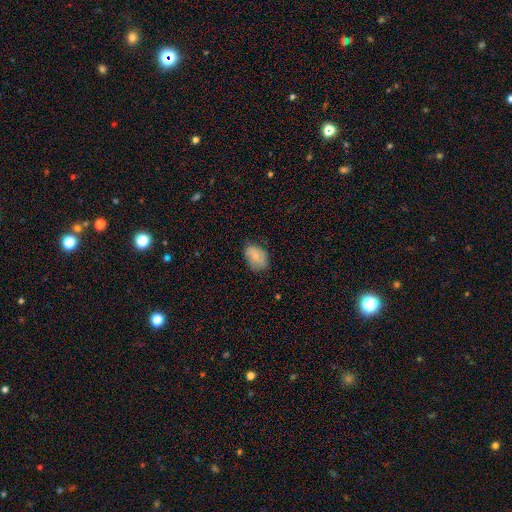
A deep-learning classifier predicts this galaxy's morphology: Smooth or featured?
  - smooth: 75% *
  - featured or disk: 17%
  - star or artifact: 8%
How rounded?
  - in between: 81% *
  - round: 18%
  - cigar-shaped: 1%
Merging?
  - none: 65% *
  - minor disturbance: 27%
  - major disturbance: 7%
  - merger: 1%